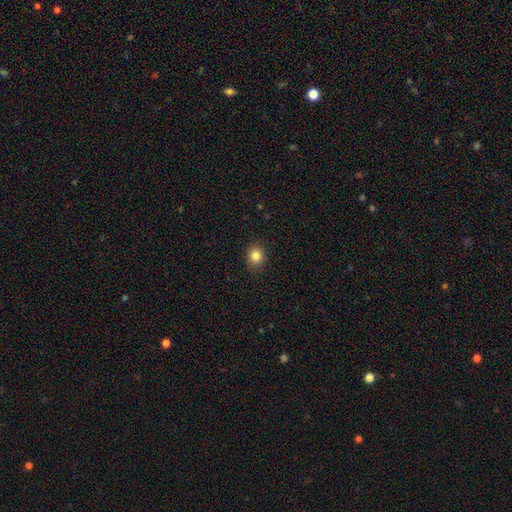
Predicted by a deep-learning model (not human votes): Smooth or featured? smooth (84%)
How rounded? round (76%)
Merging? none (89%)